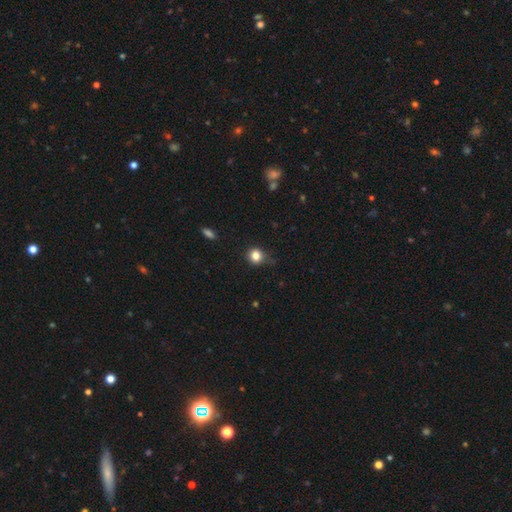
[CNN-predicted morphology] Q: Smooth or featured?
A: smooth (82%); runner-up: star or artifact (12%)
Q: How rounded?
A: round (87%); runner-up: in between (13%)
Q: Merging?
A: none (73%); runner-up: minor disturbance (21%)